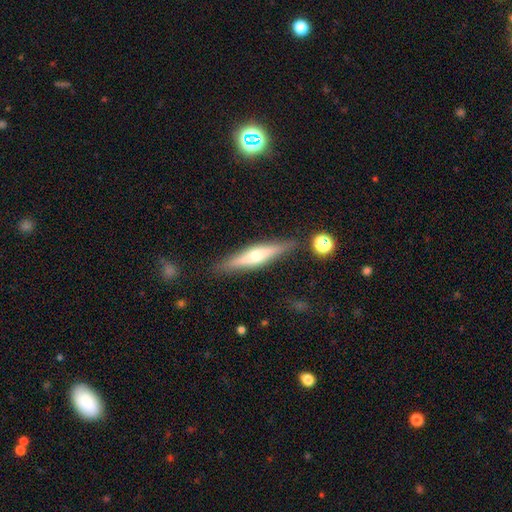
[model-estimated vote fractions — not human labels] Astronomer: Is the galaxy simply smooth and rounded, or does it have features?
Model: featured or disk — 59% (runner-up: smooth, 35%).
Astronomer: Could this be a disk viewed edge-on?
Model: yes — 95%.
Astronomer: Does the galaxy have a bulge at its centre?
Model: rounded — 85%.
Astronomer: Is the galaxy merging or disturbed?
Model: none — 86%.